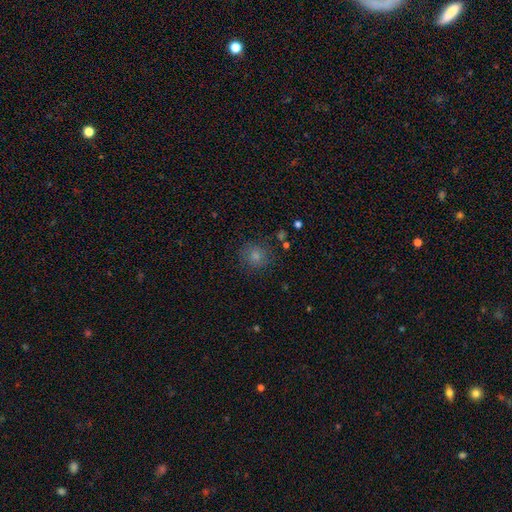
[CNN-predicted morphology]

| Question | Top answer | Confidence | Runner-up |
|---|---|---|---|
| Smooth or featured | smooth | 60% | star or artifact (27%) |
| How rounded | round | 89% | in between (10%) |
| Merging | none | 85% | minor disturbance (10%) |